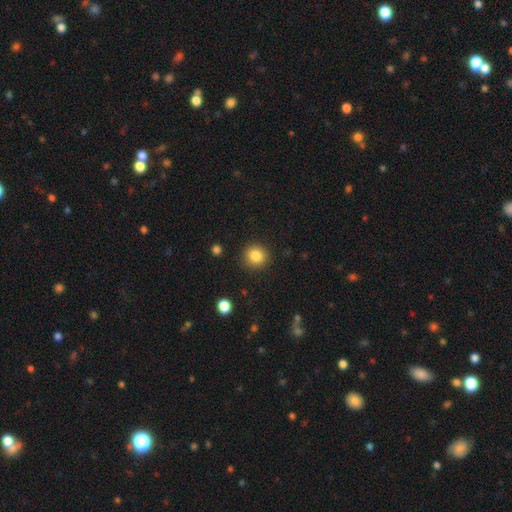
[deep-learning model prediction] Smooth or featured? smooth (85%)
How rounded? round (88%)
Merging? none (90%)